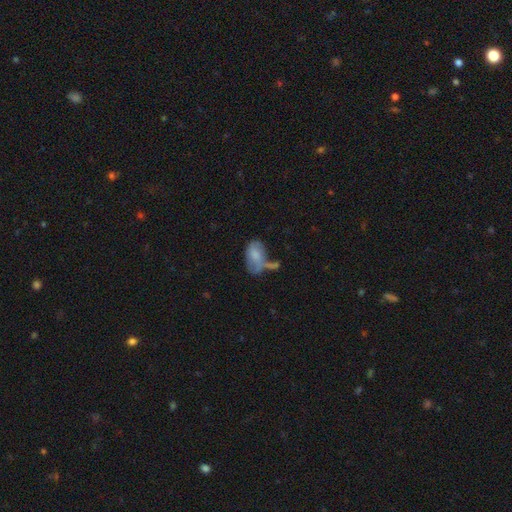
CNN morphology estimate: This is likely a smooth galaxy (67%). How rounded: clearly in between (91%). Merging: marginally none (28%, tied with merger).